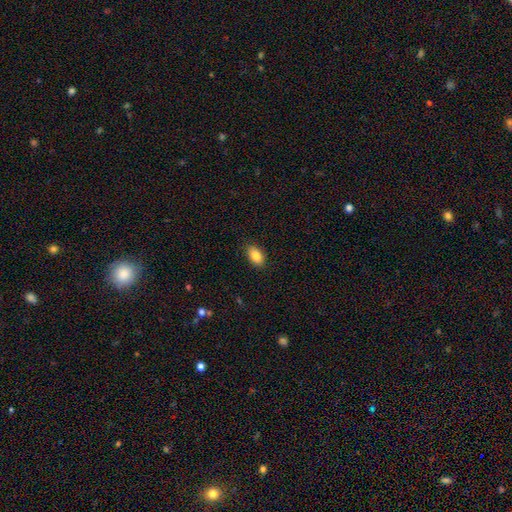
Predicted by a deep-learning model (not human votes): Morphology: type=smooth (85%); roundness=in between (91%); merging=none (88%).